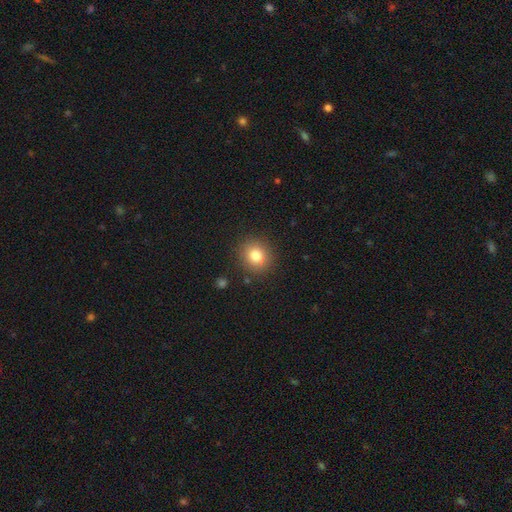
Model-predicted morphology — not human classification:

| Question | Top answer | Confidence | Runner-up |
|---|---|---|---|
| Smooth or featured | smooth | 81% | star or artifact (11%) |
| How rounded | round | 84% | in between (15%) |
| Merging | none | 86% | minor disturbance (9%) |